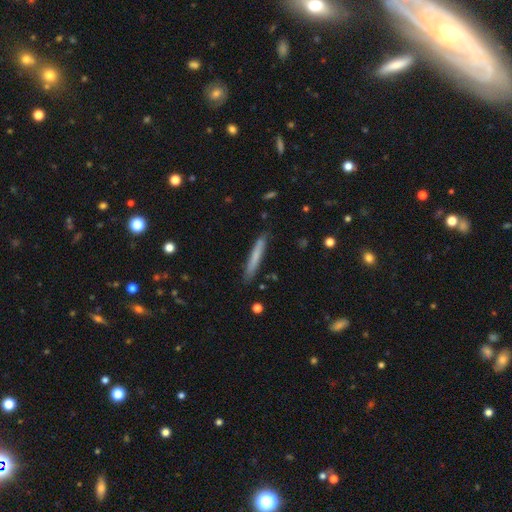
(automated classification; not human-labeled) smooth_or_featured: smooth (p=0.71) [alt: featured or disk p=0.23]
how_rounded: cigar-shaped (p=0.96) [alt: in between p=0.03]
merging: none (p=0.87) [alt: minor disturbance p=0.10]